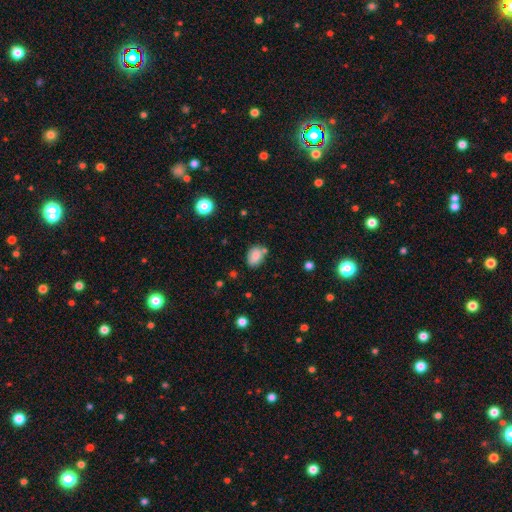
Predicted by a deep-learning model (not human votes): Smooth or featured? Predicted: smooth (p=0.82). How rounded? Predicted: in between (p=0.75). Merging? Predicted: none (p=0.64).